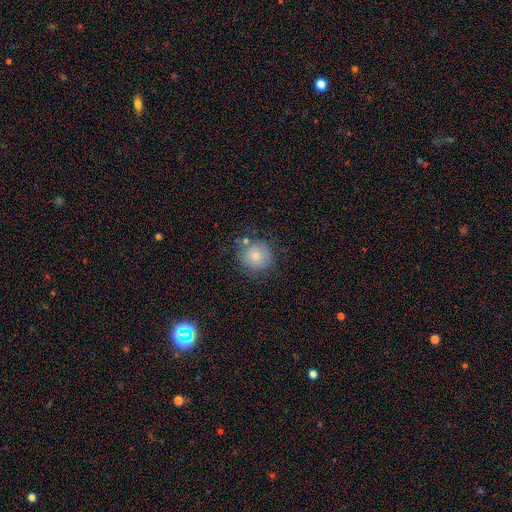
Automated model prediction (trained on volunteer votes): This appears to be a smooth galaxy with no disk features (78%) that is round (92%). Merging: none (74%).